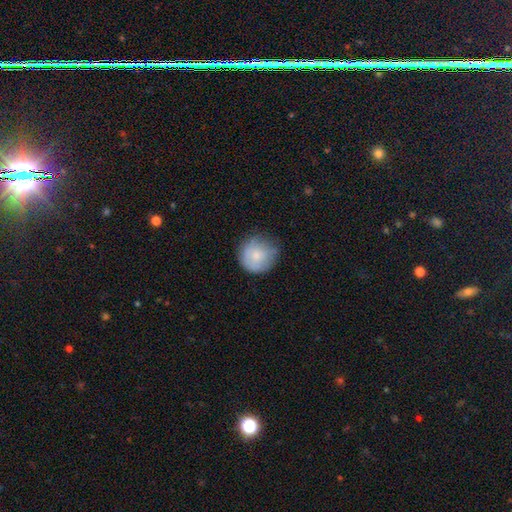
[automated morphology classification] Smooth or featured?
  - smooth: 77% *
  - featured or disk: 15%
  - star or artifact: 7%
How rounded?
  - round: 92% *
  - in between: 7%
  - cigar-shaped: 1%
Merging?
  - none: 66% *
  - minor disturbance: 26%
  - major disturbance: 7%
  - merger: 1%